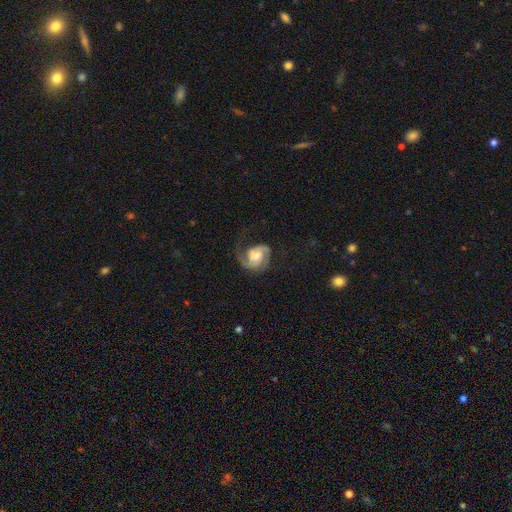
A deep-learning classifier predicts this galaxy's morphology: This is likely a featured or disk galaxy (76%). It is clearly not viewed edge-on (97%). Bar: possibly no (52%). Spiral arm pattern: clearly yes (94%). Spiral arm count: likely 2 (62%). Spiral winding: marginally medium (44%). Central bulge: possibly moderate (57%). Merging: possibly none (48%).